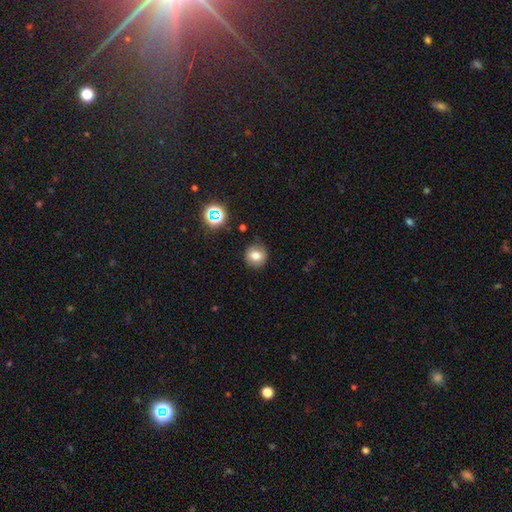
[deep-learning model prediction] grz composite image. It shows a smooth galaxy with no disk features (77%) that is round (88%). Merging: none (82%).